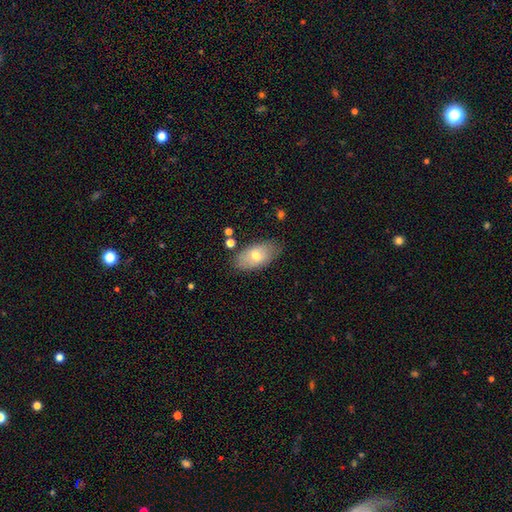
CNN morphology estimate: Overall: smooth (68%). How rounded: in between (92%). Merging: none (76%).